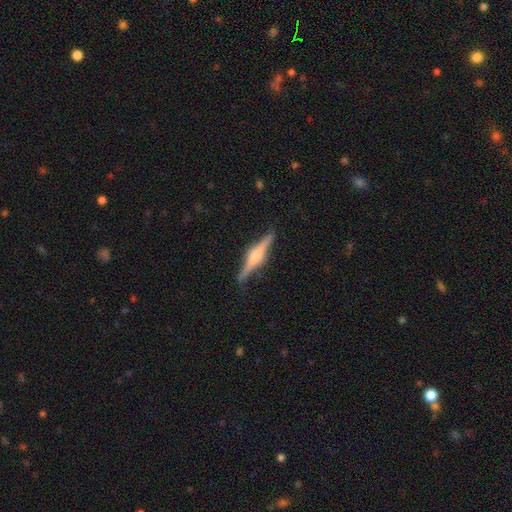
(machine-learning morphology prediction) Smooth or featured?
  - featured or disk: 78% *
  - smooth: 16%
  - star or artifact: 6%
Edge-on disk?
  - yes: 98% *
  - no: 2%
Edge-on bulge?
  - rounded: 86% *
  - boxy: 10%
  - none: 3%
Merging?
  - none: 88% *
  - minor disturbance: 9%
  - major disturbance: 2%
  - merger: 1%